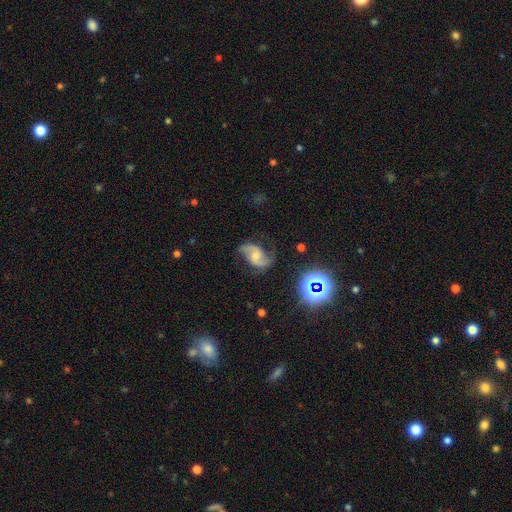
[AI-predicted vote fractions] The model was most divided on "bulge size": moderate: 46%, small: 37%, none: 9%, large: 6%, dominant: 1%. Remaining: edge-on disk — no (97%); spiral arms — yes (96%); spiral arm count — 2 (92%); smooth or featured — featured or disk (80%); merging — none (69%); spiral winding — loose (53%); bar — no (50%).